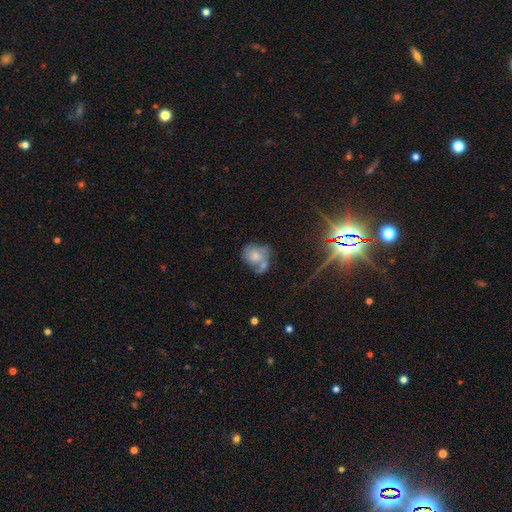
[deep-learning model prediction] Smooth or featured? smooth (45%)
Merging? merger (35%)